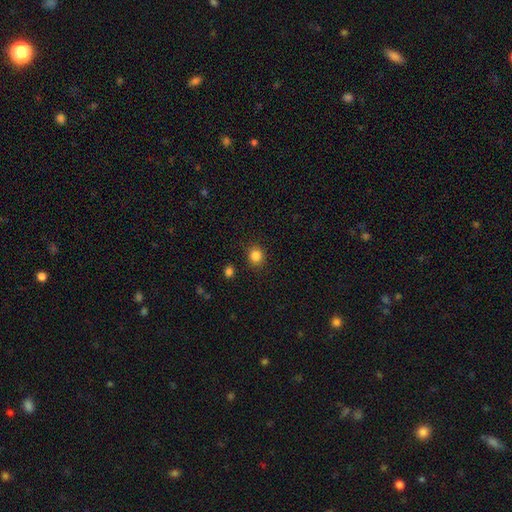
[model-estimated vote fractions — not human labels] smooth-or-featured: smooth: 84% | star or artifact: 11% | featured or disk: 5%
  how-rounded: round: 81% | in between: 18% | cigar-shaped: 1%
  merging: none: 88% | minor disturbance: 8% | major disturbance: 2% | merger: 2%